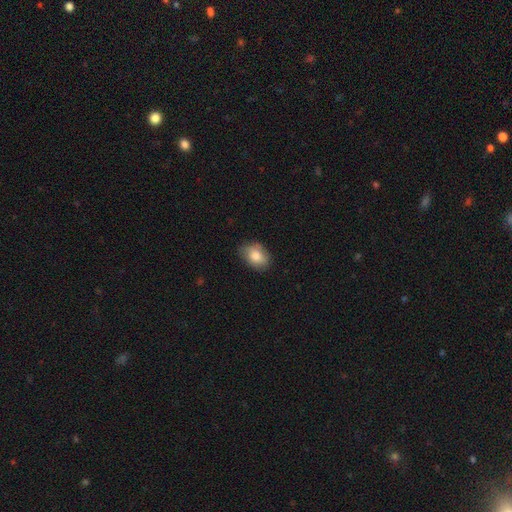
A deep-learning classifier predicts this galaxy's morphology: Overall: smooth (80%). How rounded: in between (77%). Merging: none (72%).